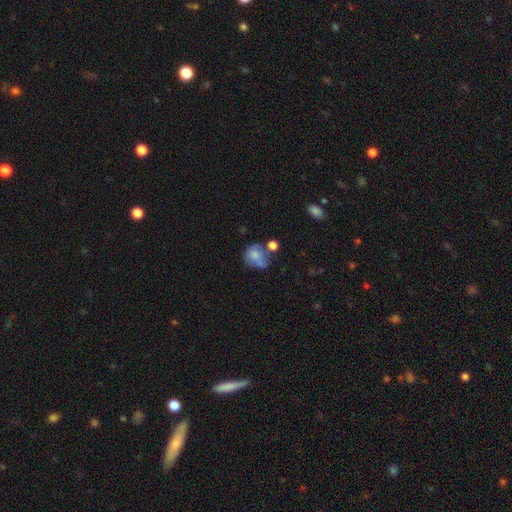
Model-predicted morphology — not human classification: Smooth or featured? Predicted: smooth (p=0.69). How rounded? Predicted: round (p=0.62). Merging? Predicted: none (p=0.33).